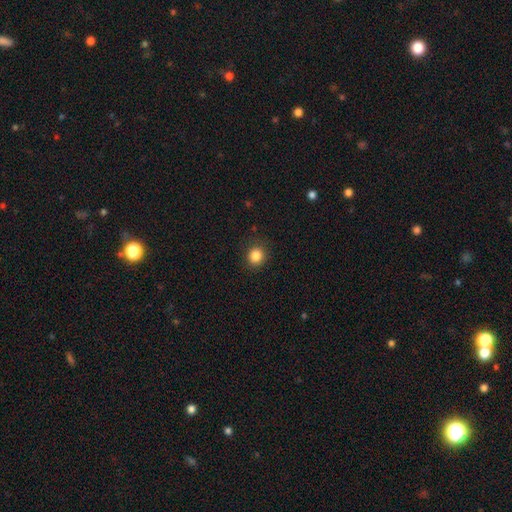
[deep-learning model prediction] Q: Smooth or featured?
A: smooth (85%); runner-up: star or artifact (11%)
Q: How rounded?
A: round (85%); runner-up: in between (14%)
Q: Merging?
A: none (88%); runner-up: minor disturbance (8%)